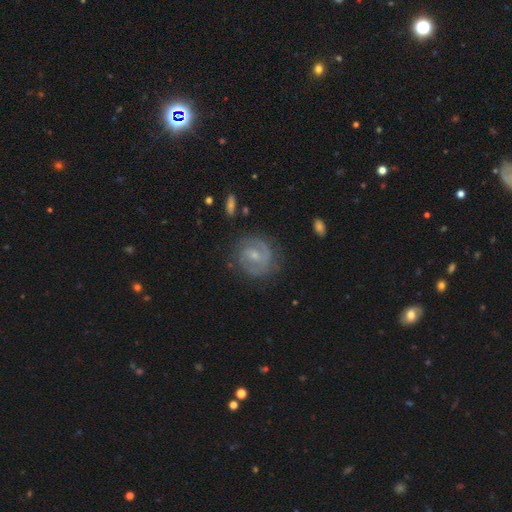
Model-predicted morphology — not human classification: smooth-or-featured: featured or disk: 80% | smooth: 14% | star or artifact: 6%
  disk-edge-on: no: 98% | yes: 2%
    bar: weak: 48% | no: 40% | strong: 11%
    has-spiral-arms: yes: 91% | no: 9%
      spiral-winding: tight: 51% | medium: 38% | loose: 11%
      spiral-arm-count: 2: 72% | can't tell: 15% | 3: 5% | 1: 5% | 4: 2% | more than 4: 2%
    bulge-size: small: 61% | moderate: 34% | none: 3% | large: 1% | dominant: 1%
  merging: none: 76% | minor disturbance: 16% | major disturbance: 6% | merger: 2%